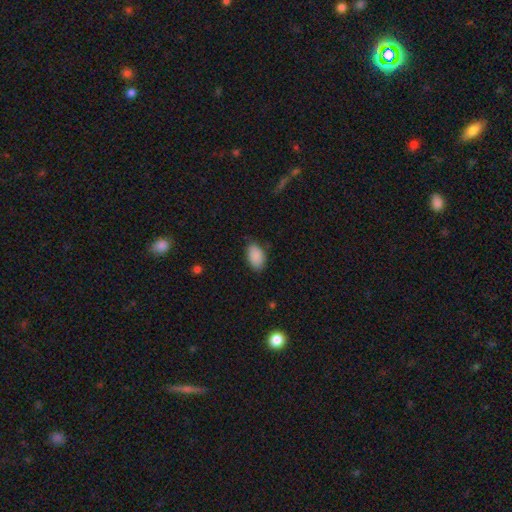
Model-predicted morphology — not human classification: type=smooth (89%); roundness=in between (93%); merging=none (80%).